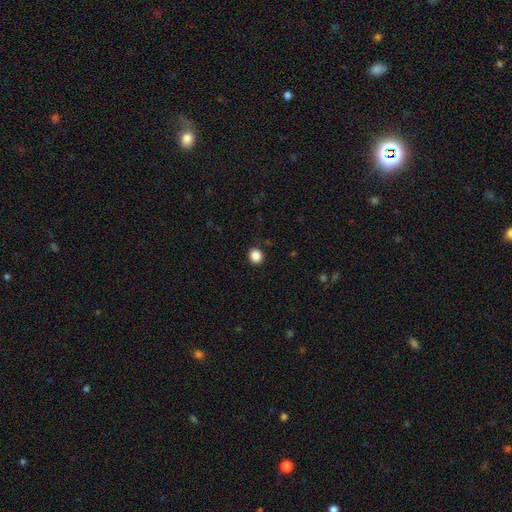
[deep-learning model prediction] Smooth or featured?
  - smooth: 87% *
  - star or artifact: 10%
  - featured or disk: 3%
How rounded?
  - round: 85% *
  - in between: 14%
  - cigar-shaped: 1%
Merging?
  - none: 90% *
  - minor disturbance: 6%
  - major disturbance: 2%
  - merger: 1%